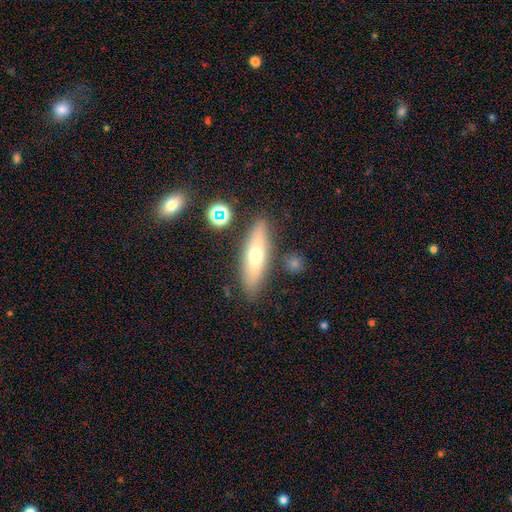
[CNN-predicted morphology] This is possibly a smooth galaxy (56%). How rounded: likely cigar-shaped (61%). Merging: clearly none (83%).